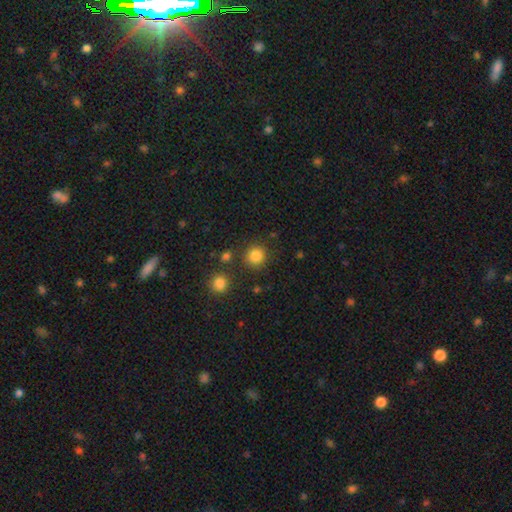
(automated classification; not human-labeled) This appears to be a smooth galaxy with no disk features (84%) that is round (92%). Merging: none (85%).